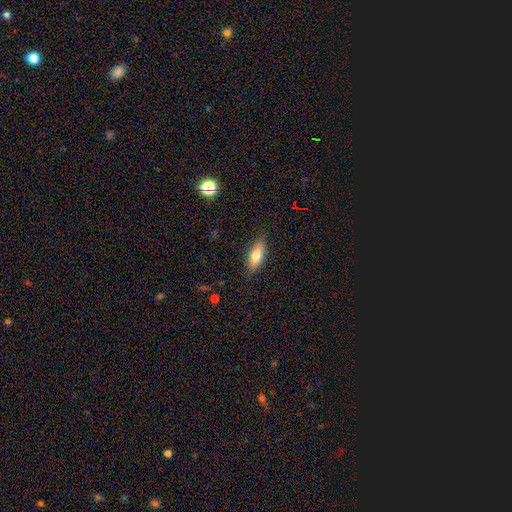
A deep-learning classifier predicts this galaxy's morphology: type=smooth (70%); roundness=in between (71%); merging=none (85%).